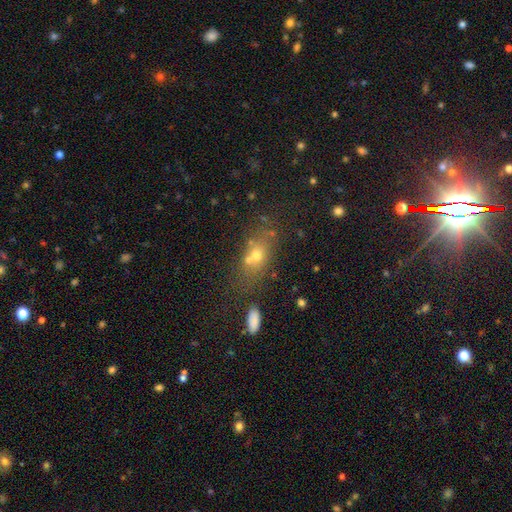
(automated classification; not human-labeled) Morphology: type=smooth (59%); roundness=in between (60%); merging=none (49%).